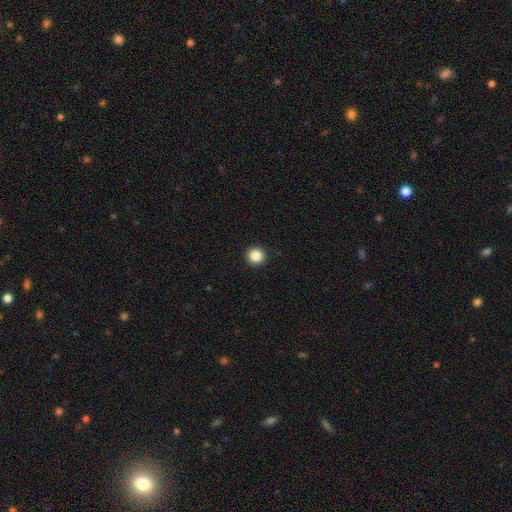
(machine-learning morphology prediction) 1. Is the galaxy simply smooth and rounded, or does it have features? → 86% smooth, 10% star or artifact, 3% featured or disk.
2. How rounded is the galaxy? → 94% round, 5% in between, 1% cigar-shaped.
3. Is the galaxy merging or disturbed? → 93% none, 4% minor disturbance, 2% major disturbance, 1% merger.